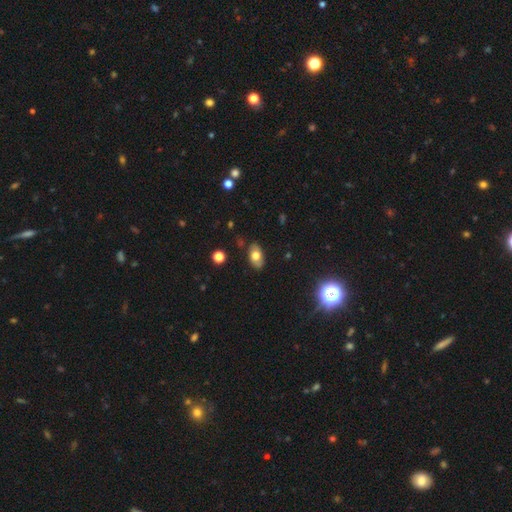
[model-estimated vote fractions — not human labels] Smooth or featured: smooth — 69% (featured or disk — 22%)
How rounded: in between — 89% (round — 9%)
Merging: none — 81% (minor disturbance — 14%)